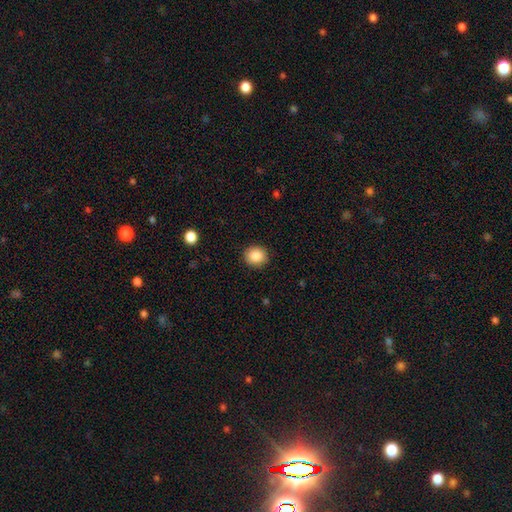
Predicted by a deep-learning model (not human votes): Overall: smooth (87%). How rounded: round (83%). Merging: none (90%).